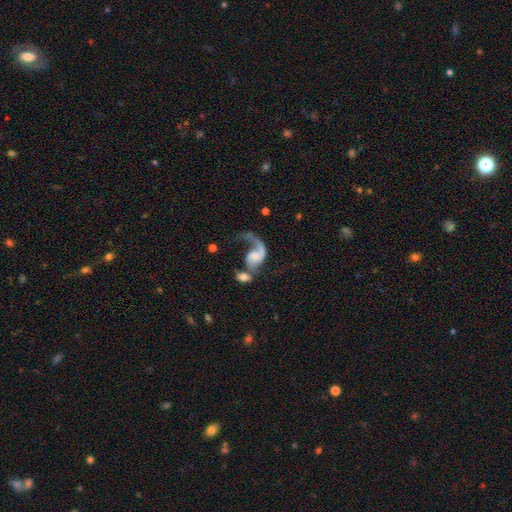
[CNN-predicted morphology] smooth_or_featured: featured or disk (p=0.73) [alt: smooth p=0.20]
disk_edge_on: no (p=0.97) [alt: yes p=0.03]
bar: no (p=0.66) [alt: weak p=0.27]
has_spiral_arms: yes (p=0.89) [alt: no p=0.11]
spiral_winding: loose (p=0.77) [alt: medium p=0.18]
spiral_arm_count: 1 (p=0.65) [alt: 2 p=0.30]
bulge_size: none (p=0.35) [alt: small p=0.31]
merging: major disturbance (p=0.35) [alt: merger p=0.32]